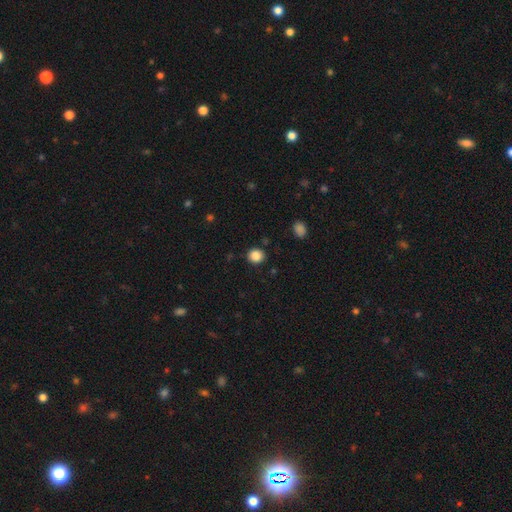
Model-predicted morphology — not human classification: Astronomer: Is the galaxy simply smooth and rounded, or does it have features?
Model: smooth — 86%.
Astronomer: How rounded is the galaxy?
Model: round — 84%.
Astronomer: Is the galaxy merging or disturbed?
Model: none — 90%.